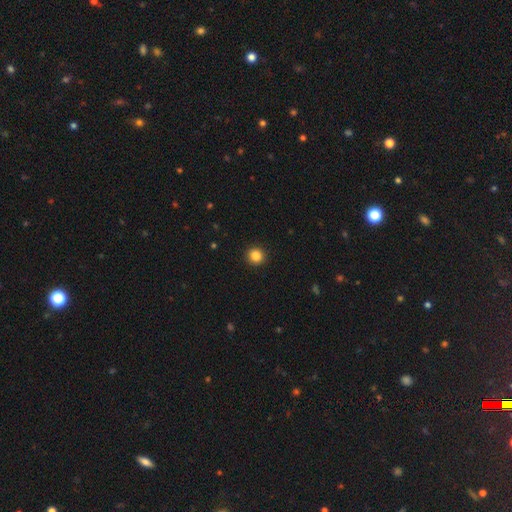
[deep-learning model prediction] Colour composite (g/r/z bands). It shows a smooth galaxy with no disk features (86%) that is round (93%). Merging: none (93%).